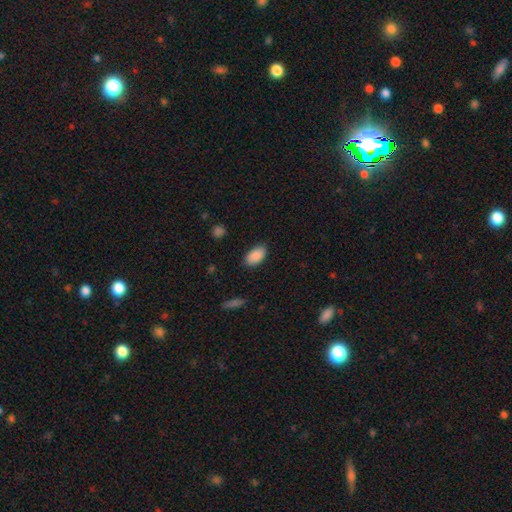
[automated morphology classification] Overall: smooth (89%). How rounded: in between (94%). Merging: none (85%).